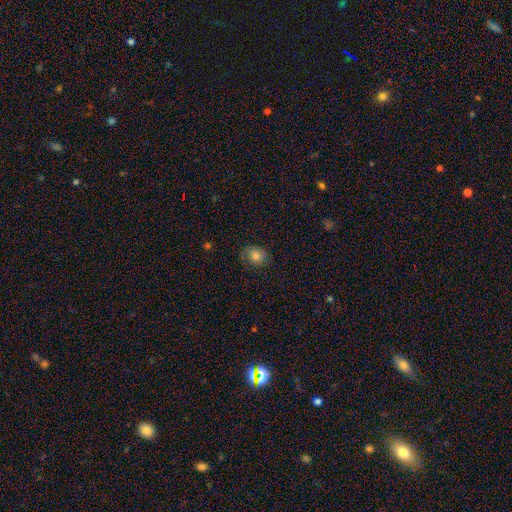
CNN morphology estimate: Smooth or featured: smooth — 79% (star or artifact — 11%)
How rounded: in between — 50% (round — 49%)
Merging: none — 78% (minor disturbance — 17%)